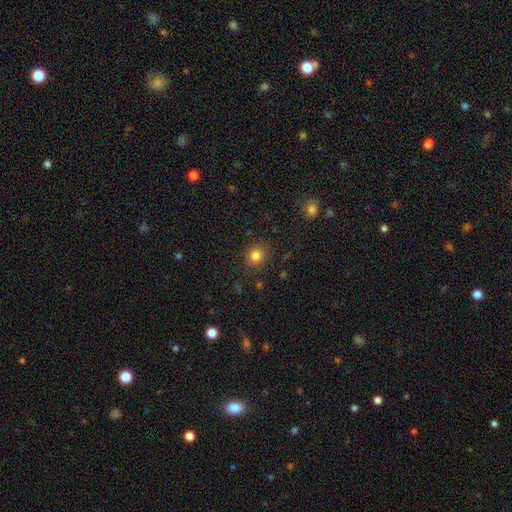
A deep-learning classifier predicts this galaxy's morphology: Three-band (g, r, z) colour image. It shows a smooth galaxy with no disk features (82%) that is round (81%). Merging: none (87%).